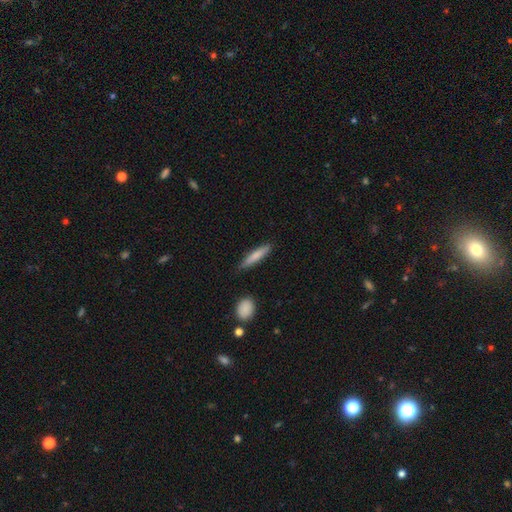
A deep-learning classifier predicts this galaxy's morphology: type=smooth (77%); roundness=cigar-shaped (86%); merging=none (83%).